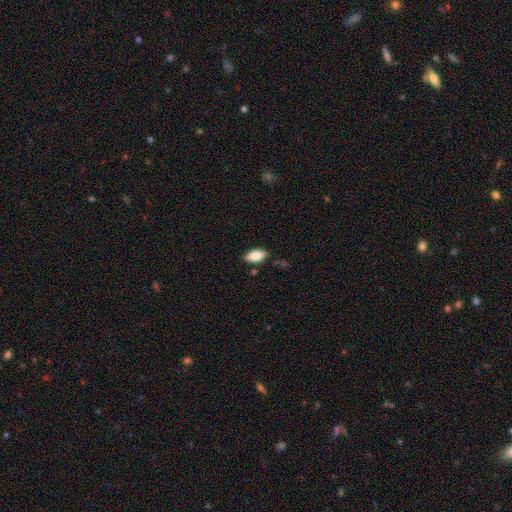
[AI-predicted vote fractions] Smooth or featured? Predicted: smooth (p=0.83). How rounded? Predicted: in between (p=0.91). Merging? Predicted: none (p=0.80).